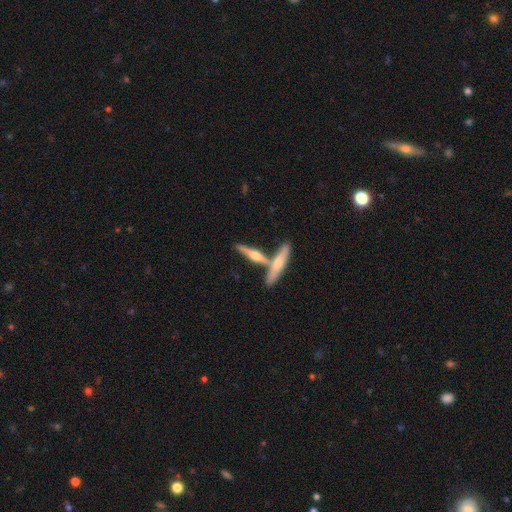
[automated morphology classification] Q: Smooth or featured?
A: featured or disk (65%); runner-up: smooth (29%)
Q: Edge-on disk?
A: yes (95%); runner-up: no (5%)
Q: Edge-on bulge?
A: rounded (91%); runner-up: boxy (5%)
Q: Merging?
A: none (58%); runner-up: merger (31%)